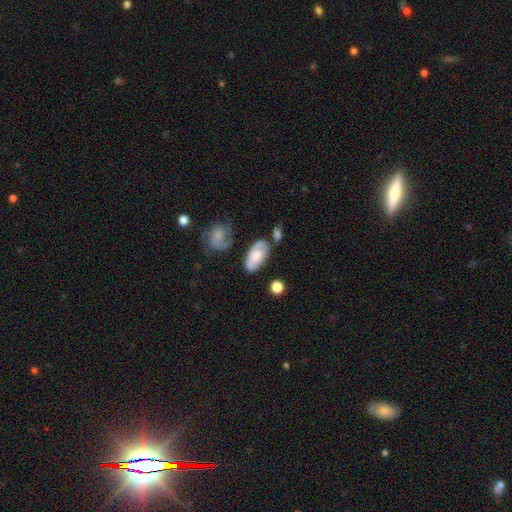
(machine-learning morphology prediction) A smooth galaxy with no disk features (57%) that is in between round and cigar-shaped (92%).

Vote fractions:
- Smooth or featured? smooth: 57% / featured or disk: 36% / star or artifact: 7%
- How rounded? in between: 92% / round: 4% / cigar-shaped: 4%
- Merging? none: 61% / minor disturbance: 22% / major disturbance: 8% / merger: 8%